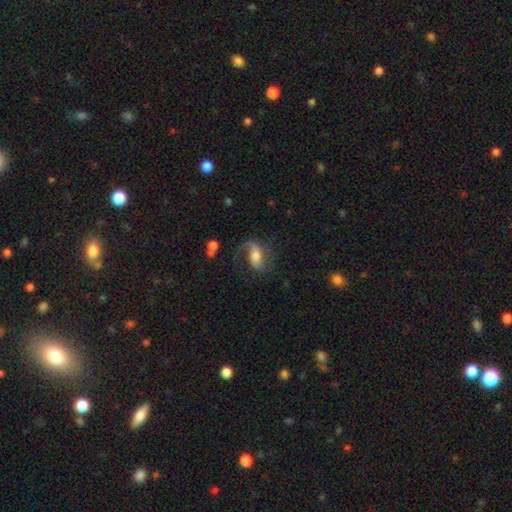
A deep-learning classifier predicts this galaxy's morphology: This appears to be a featured or disk galaxy (67%) with a weak bar (38%), 2 (50%) loose (59%) spiral arms (90%) and a moderate central bulge (61%). Merging: none (51%).